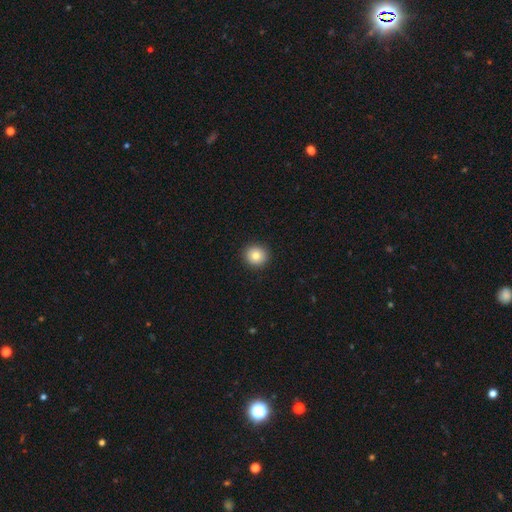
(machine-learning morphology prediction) Smooth or featured? smooth (80%)
How rounded? round (92%)
Merging? none (93%)